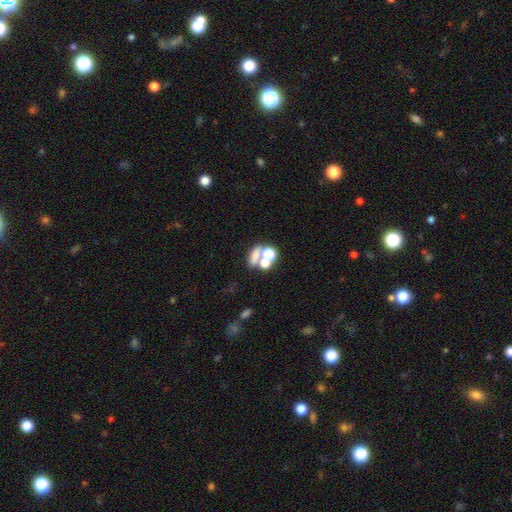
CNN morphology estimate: A smooth galaxy with no disk features (56%) that is in between round and cigar-shaped (47%). Merging: merger (48%).